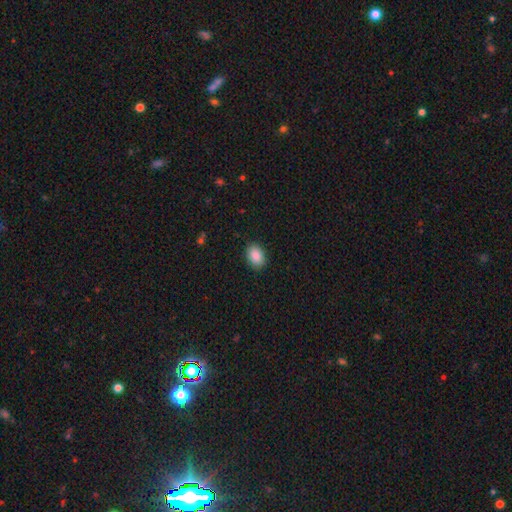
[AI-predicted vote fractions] smooth-or-featured: smooth: 89% | star or artifact: 7% | featured or disk: 4%
  how-rounded: in between: 80% | round: 19% | cigar-shaped: 1%
  merging: none: 88% | minor disturbance: 9% | major disturbance: 2% | merger: 1%